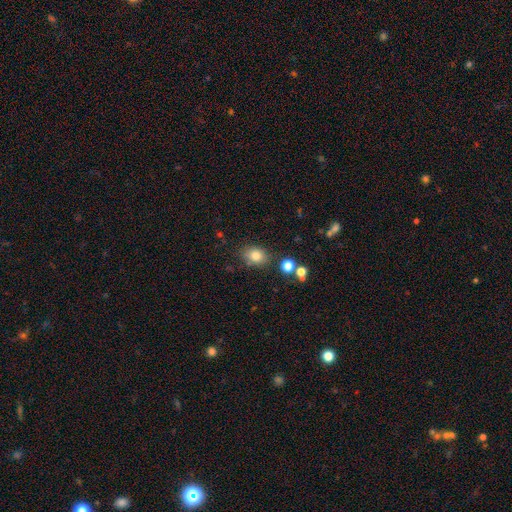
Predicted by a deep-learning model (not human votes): smooth 80%, star or artifact 11%, featured or disk 8%. Down the decision tree: how rounded — in between (58%); merging — none (76%).